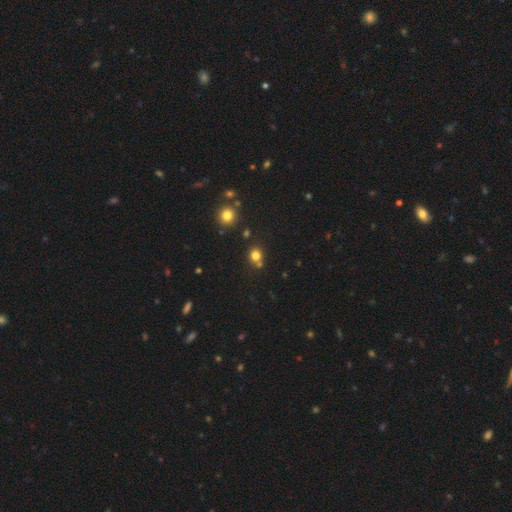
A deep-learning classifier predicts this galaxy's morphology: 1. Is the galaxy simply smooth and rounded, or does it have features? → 77% smooth, 16% star or artifact, 7% featured or disk.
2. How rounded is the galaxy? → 76% round, 23% in between, 1% cigar-shaped.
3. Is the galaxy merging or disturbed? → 66% none, 19% merger, 11% minor disturbance, 3% major disturbance.